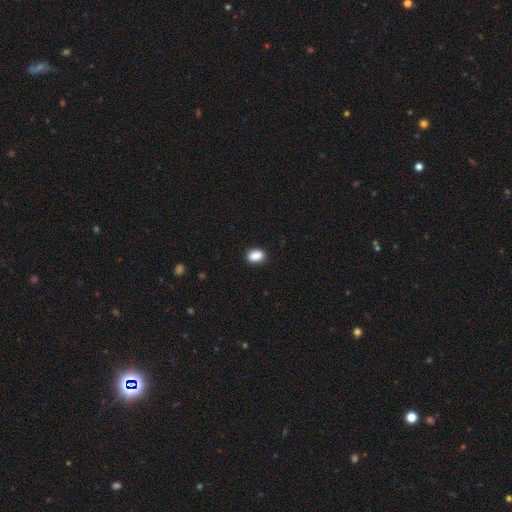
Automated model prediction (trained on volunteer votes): A smooth galaxy with no disk features (90%) that is in between round and cigar-shaped (78%). Merging: none (89%).